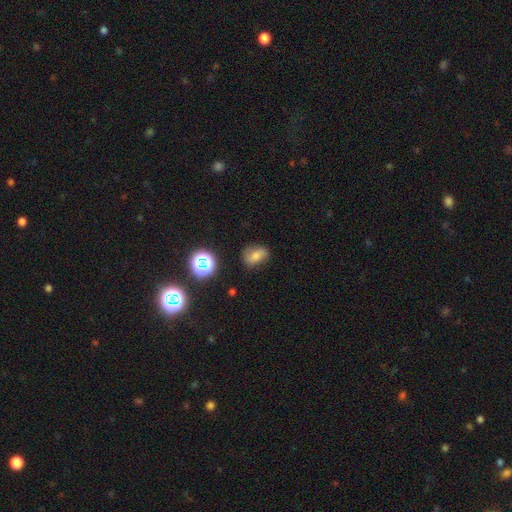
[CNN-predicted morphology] The model was most divided on "how rounded": in between: 70%, round: 28%, cigar-shaped: 2%. More confident: merging — none (69%); smooth or featured — smooth (66%).